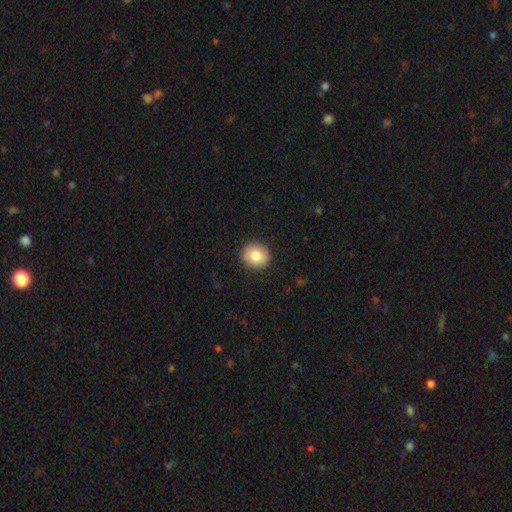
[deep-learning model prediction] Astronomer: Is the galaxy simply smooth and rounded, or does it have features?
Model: smooth — 82%.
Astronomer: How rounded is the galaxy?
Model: round — 91%.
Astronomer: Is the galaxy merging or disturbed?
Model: none — 92%.